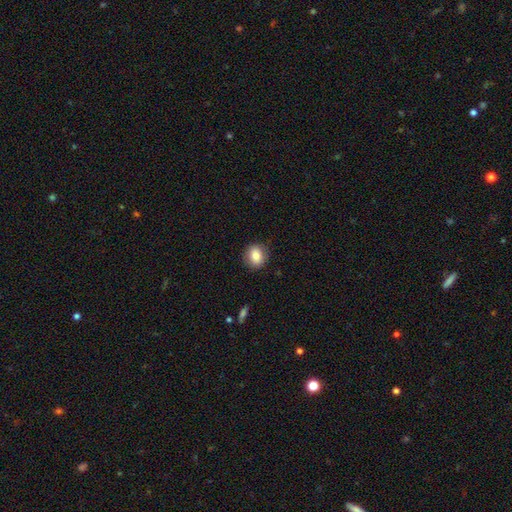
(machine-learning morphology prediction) Smooth or featured? Predicted: smooth (p=0.82). How rounded? Predicted: round (p=0.69). Merging? Predicted: none (p=0.86).